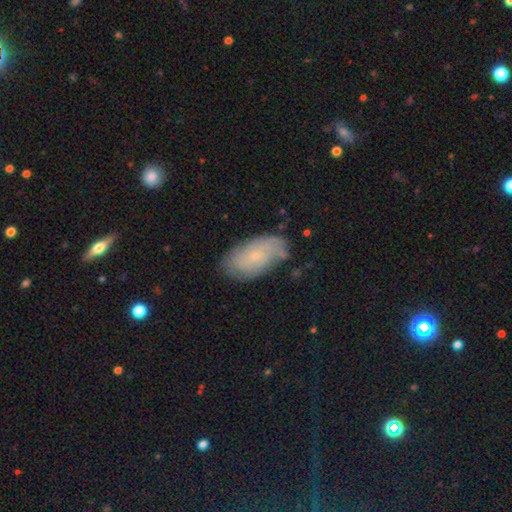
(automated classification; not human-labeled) A smooth galaxy with no disk features (51%) that is in between round and cigar-shaped (92%). Merging: none (71%).